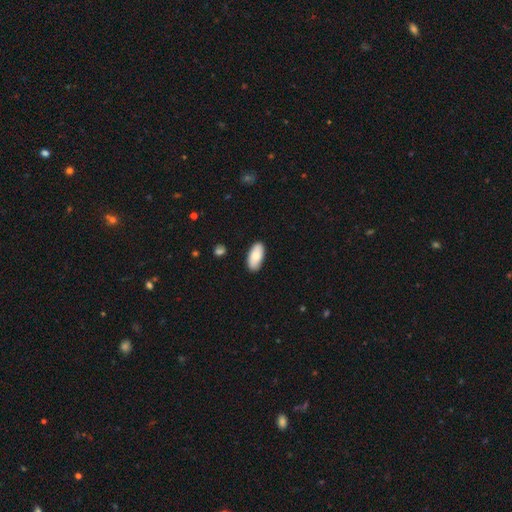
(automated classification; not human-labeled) Morphology: type=smooth (83%); roundness=in between (92%); merging=none (88%).